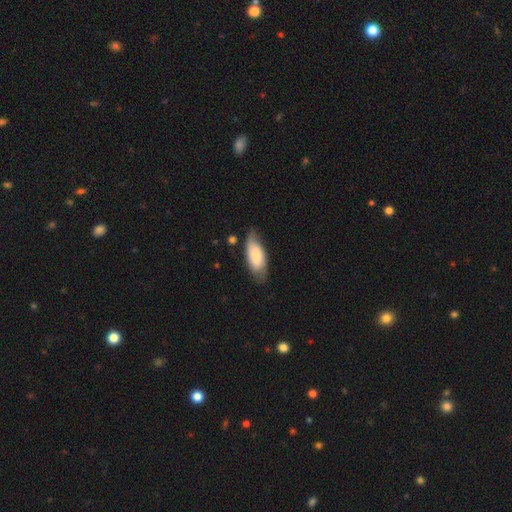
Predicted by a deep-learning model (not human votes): Overall: smooth (71%). How rounded: in between (84%). Merging: none (62%; minor disturbance 28%).